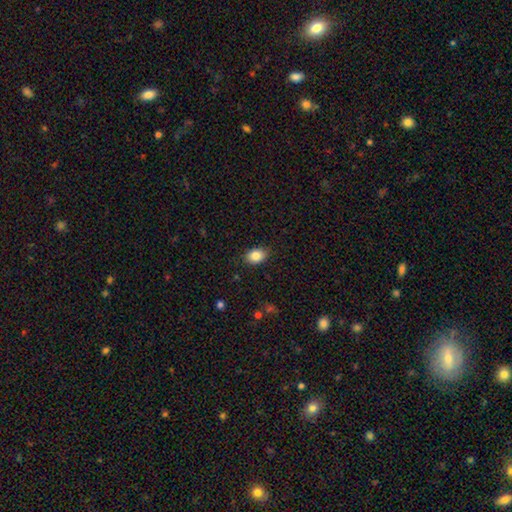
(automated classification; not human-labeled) Q: Smooth or featured?
A: smooth (86%); runner-up: star or artifact (8%)
Q: How rounded?
A: in between (76%); runner-up: round (23%)
Q: Merging?
A: none (86%); runner-up: minor disturbance (10%)